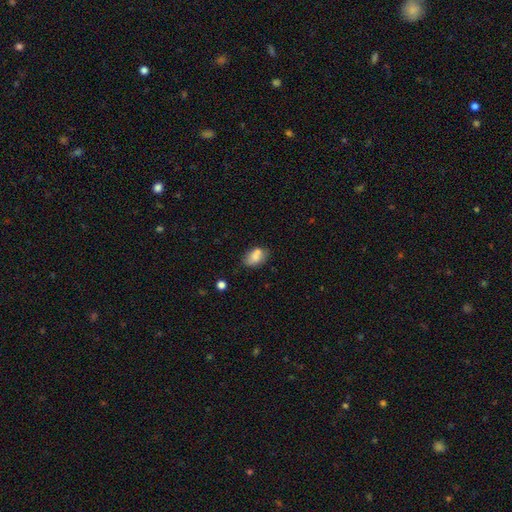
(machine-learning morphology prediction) A smooth galaxy with no disk features (75%) that is in between round and cigar-shaped (86%).

Vote fractions:
- Smooth or featured? smooth: 75% / featured or disk: 16% / star or artifact: 9%
- How rounded? in between: 86% / round: 12% / cigar-shaped: 2%
- Merging? none: 54% / merger: 22% / minor disturbance: 19% / major disturbance: 5%